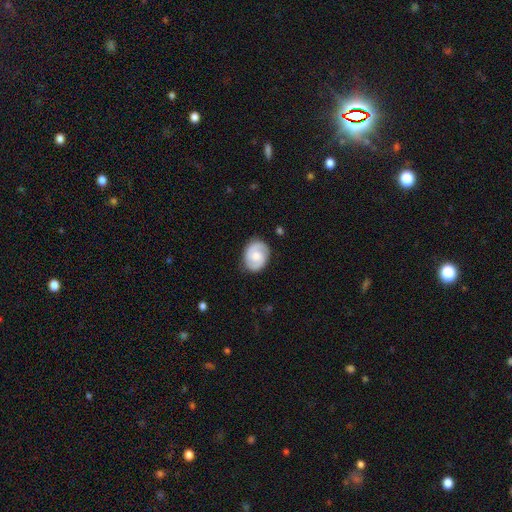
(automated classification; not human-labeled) A featured or disk galaxy (65%) with no bar (63%), 2 (87%) tight (44%) spiral arms (93%) and a moderate central bulge (49%). Merging: none (83%).